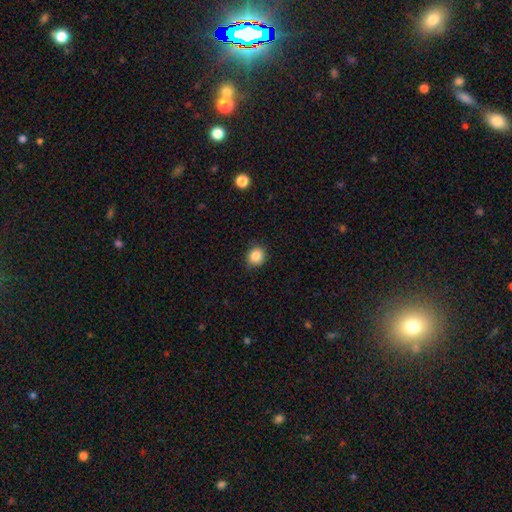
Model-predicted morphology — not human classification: smooth 86%, star or artifact 10%, featured or disk 4%. Down the decision tree: how rounded — round (82%); merging — none (87%).